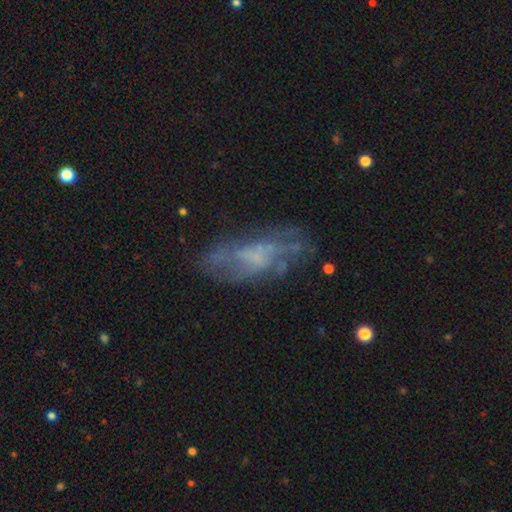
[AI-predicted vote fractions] Smooth or featured? Predicted: featured or disk (p=0.62). Edge-on disk? Predicted: no (p=0.87). Bar? Predicted: no (p=0.70). Spiral arms? Predicted: yes (p=0.55). Bulge size? Predicted: none (p=0.56). Merging? Predicted: none (p=0.58).